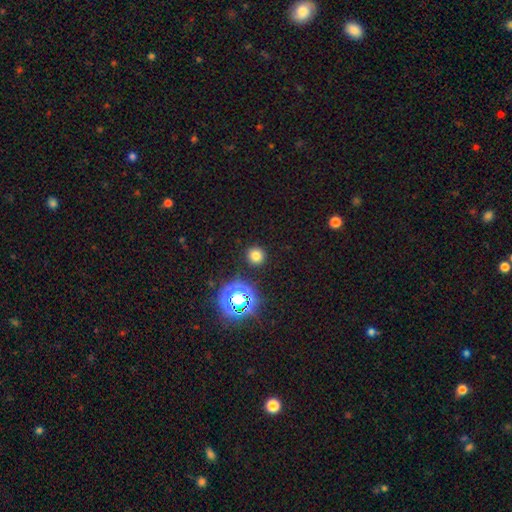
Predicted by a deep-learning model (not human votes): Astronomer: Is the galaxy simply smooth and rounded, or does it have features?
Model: smooth — 73%.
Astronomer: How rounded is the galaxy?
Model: round — 92%.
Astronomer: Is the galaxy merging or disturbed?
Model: none — 90%.